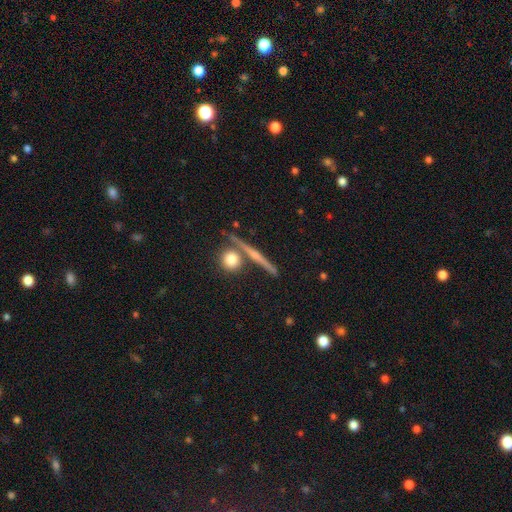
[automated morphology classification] smooth-or-featured: featured or disk: 58% | smooth: 33% | star or artifact: 9%
  disk-edge-on: yes: 94% | no: 6%
    edge-on-bulge: none: 49% | rounded: 40% | boxy: 10%
  merging: none: 79% | merger: 10% | minor disturbance: 9% | major disturbance: 3%